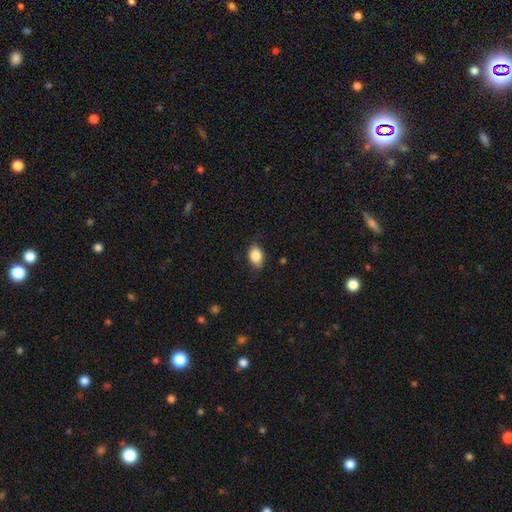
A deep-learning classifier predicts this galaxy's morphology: Smooth or featured?
  - smooth: 86% *
  - star or artifact: 7%
  - featured or disk: 7%
How rounded?
  - in between: 86% *
  - round: 13%
  - cigar-shaped: 2%
Merging?
  - none: 80% *
  - minor disturbance: 16%
  - major disturbance: 3%
  - merger: 1%